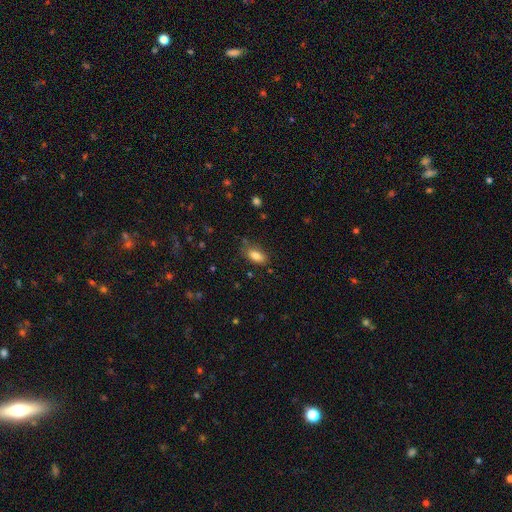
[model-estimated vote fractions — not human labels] This appears to be a smooth galaxy with no disk features (84%) that is in between round and cigar-shaped (87%). Merging: none (67%).